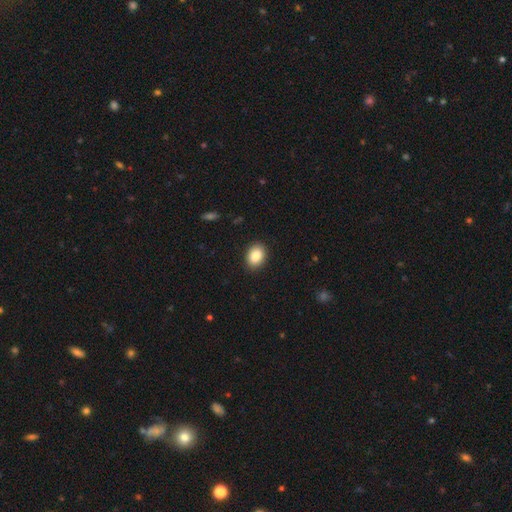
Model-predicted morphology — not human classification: smooth-or-featured: smooth: 86% | star or artifact: 8% | featured or disk: 6%
  how-rounded: in between: 70% | round: 29% | cigar-shaped: 1%
  merging: none: 90% | minor disturbance: 7% | major disturbance: 2% | merger: 1%